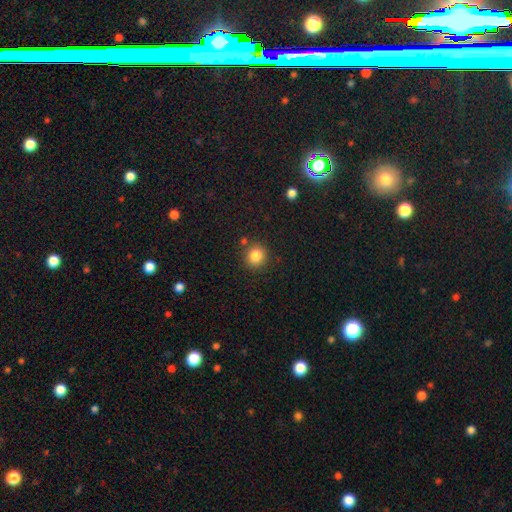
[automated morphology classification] smooth_or_featured: smooth (p=0.84) [alt: star or artifact p=0.11]
how_rounded: round (p=0.88) [alt: in between p=0.11]
merging: none (p=0.84) [alt: minor disturbance p=0.08]